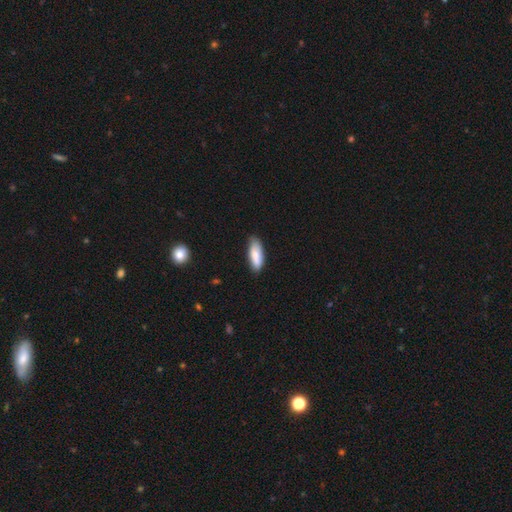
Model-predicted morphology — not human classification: smooth_or_featured: smooth (p=0.84) [alt: featured or disk p=0.10]
how_rounded: in between (p=0.69) [alt: cigar-shaped p=0.29]
merging: none (p=0.78) [alt: minor disturbance p=0.18]